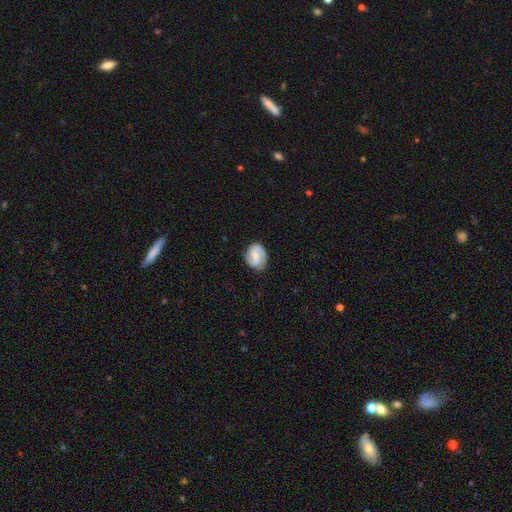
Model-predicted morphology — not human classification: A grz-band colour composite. It shows a featured or disk galaxy (76%) with a weak bar (49%), 2 (87%) medium (47%) spiral arms (95%) and a small central bulge (42%). Merging: none (76%).